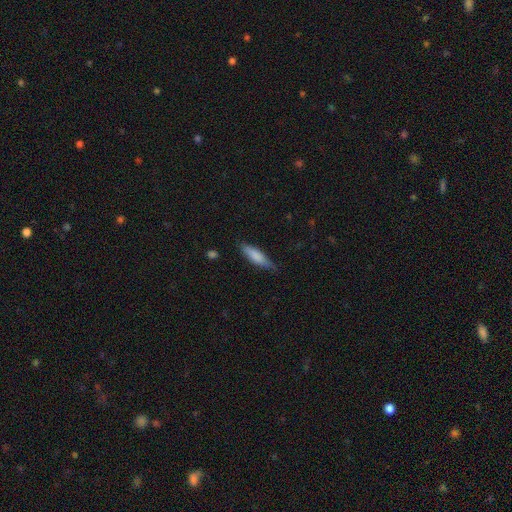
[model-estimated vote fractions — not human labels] Smooth or featured: smooth — 78% (featured or disk — 16%)
How rounded: cigar-shaped — 60% (in between — 39%)
Merging: none — 72% (minor disturbance — 23%)